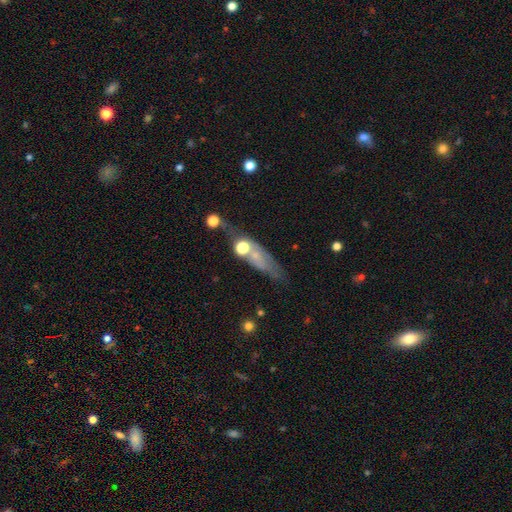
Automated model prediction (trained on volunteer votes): This is marginally a smooth galaxy (45%). Merging: possibly none (50%).